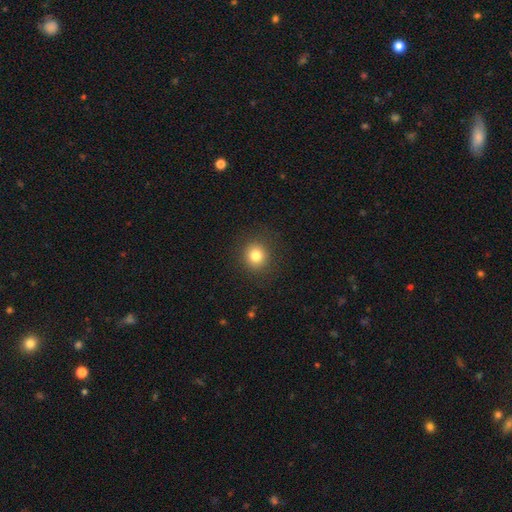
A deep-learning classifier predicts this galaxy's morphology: Smooth or featured?
  - smooth: 81% *
  - star or artifact: 12%
  - featured or disk: 7%
How rounded?
  - round: 90% *
  - in between: 9%
  - cigar-shaped: 1%
Merging?
  - none: 90% *
  - minor disturbance: 6%
  - major disturbance: 3%
  - merger: 1%